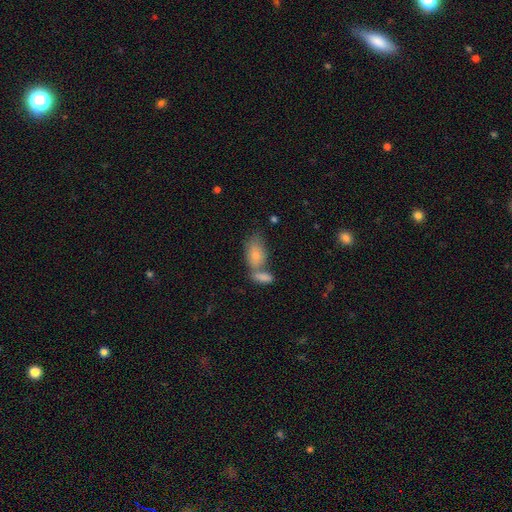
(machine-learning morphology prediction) Smooth or featured? Predicted: smooth (p=0.74). How rounded? Predicted: in between (p=0.88). Merging? Predicted: merger (p=0.43).